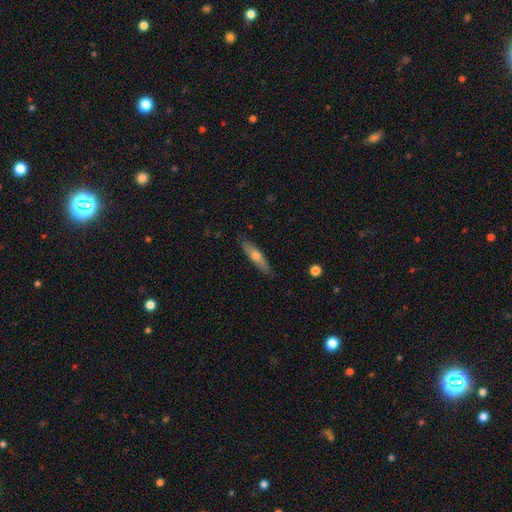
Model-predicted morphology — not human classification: A smooth galaxy with no disk features (56%) that is cigar-shaped (74%).

Vote fractions:
- Smooth or featured? smooth: 56% / featured or disk: 38% / star or artifact: 6%
- How rounded? cigar-shaped: 74% / in between: 24% / round: 2%
- Merging? none: 85% / minor disturbance: 12% / major disturbance: 2% / merger: 1%